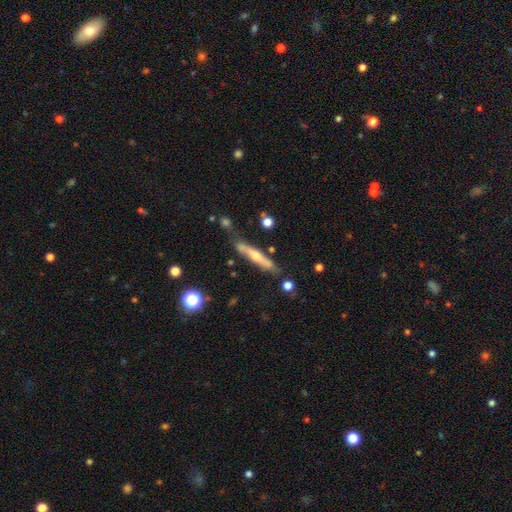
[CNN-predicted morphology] This appears to be a featured or disk galaxy (53%) viewed edge-on (85%). Merging: none (70%).